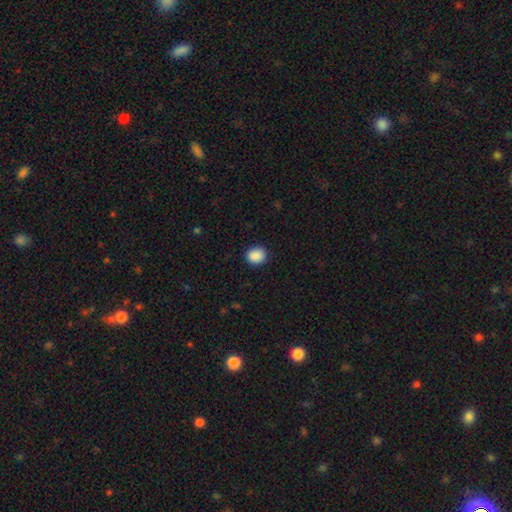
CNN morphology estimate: Smooth or featured: smooth — 89% (star or artifact — 8%)
How rounded: round — 66% (in between — 33%)
Merging: none — 89% (minor disturbance — 7%)